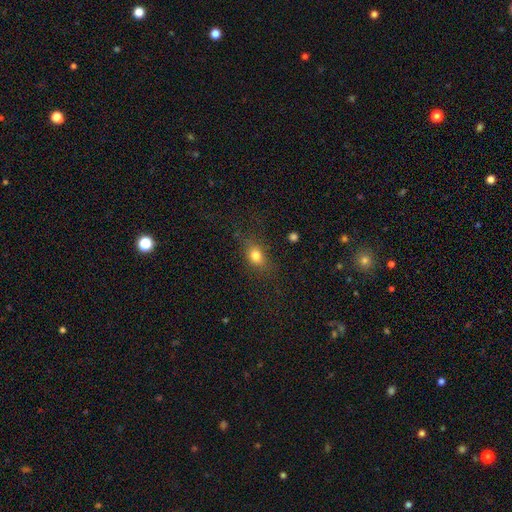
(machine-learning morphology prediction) Smooth or featured? smooth (76%)
How rounded? in between (60%)
Merging? none (73%)